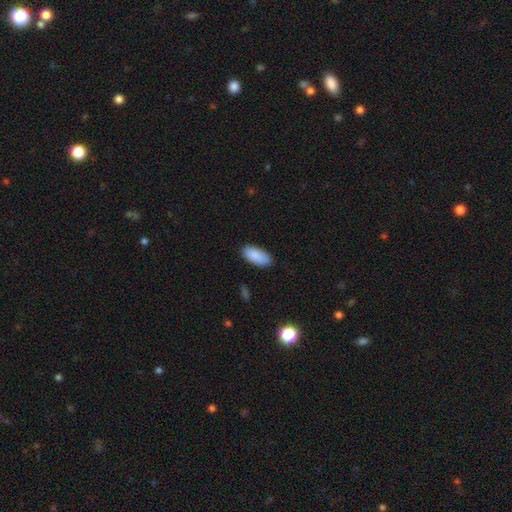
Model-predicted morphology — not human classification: The model was most divided on "merging": none: 84%, minor disturbance: 12%, major disturbance: 2%, merger: 1%. More confident: how rounded — in between (92%); smooth or featured — smooth (88%).